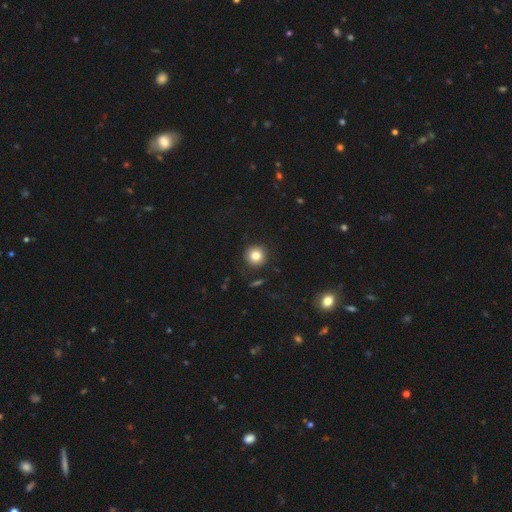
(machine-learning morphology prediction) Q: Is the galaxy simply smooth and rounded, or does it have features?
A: smooth — 82%.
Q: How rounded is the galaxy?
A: round — 94%.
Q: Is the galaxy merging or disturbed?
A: none — 90%.